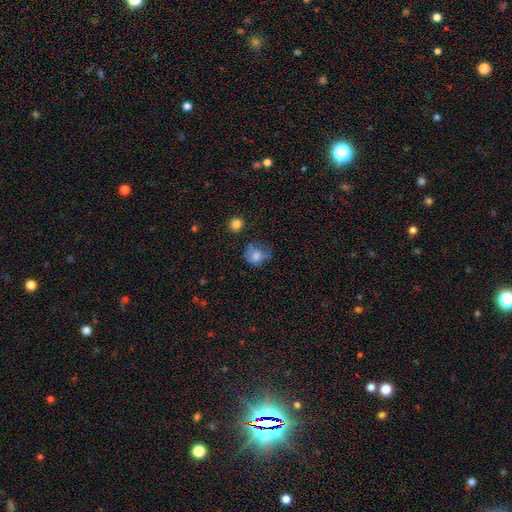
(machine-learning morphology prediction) A smooth galaxy with no disk features (70%) that is round (62%).

Vote fractions:
- Smooth or featured? smooth: 70% / featured or disk: 19% / star or artifact: 11%
- How rounded? round: 62% / in between: 37% / cigar-shaped: 1%
- Merging? none: 40% / minor disturbance: 32% / major disturbance: 25% / merger: 3%